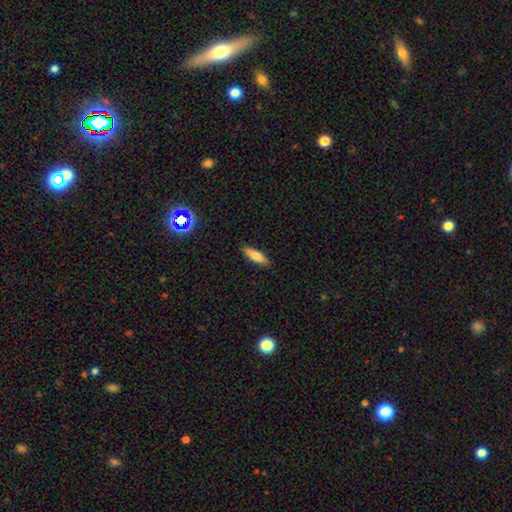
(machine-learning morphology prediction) Q: Smooth or featured?
A: smooth (73%); runner-up: featured or disk (20%)
Q: How rounded?
A: cigar-shaped (58%); runner-up: in between (40%)
Q: Merging?
A: none (88%); runner-up: minor disturbance (9%)